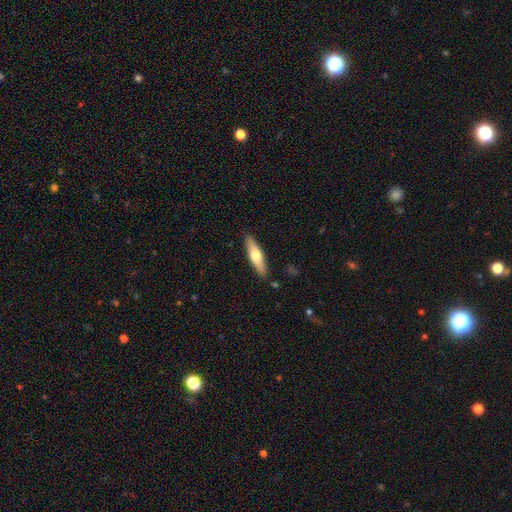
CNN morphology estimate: smooth_or_featured: smooth (p=0.56) [alt: featured or disk p=0.38]
how_rounded: cigar-shaped (p=0.67) [alt: in between p=0.31]
merging: none (p=0.88) [alt: minor disturbance p=0.09]